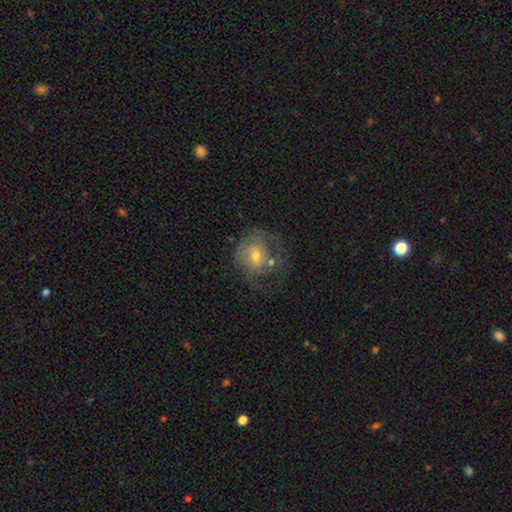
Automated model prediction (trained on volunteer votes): This is possibly a featured or disk galaxy (59%). It is clearly not viewed edge-on (97%). Bar: possibly no (57%). Spiral arm pattern: likely yes (66%). Central bulge: possibly moderate (57%). Merging: marginally none (40%).